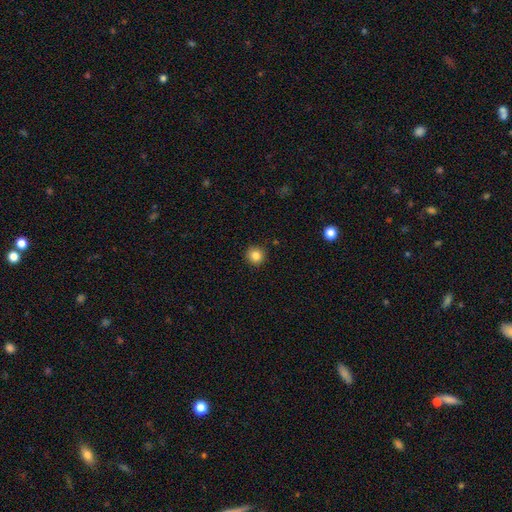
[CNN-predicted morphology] Q: Smooth or featured?
A: smooth (84%); runner-up: star or artifact (11%)
Q: How rounded?
A: round (94%); runner-up: in between (5%)
Q: Merging?
A: none (91%); runner-up: minor disturbance (6%)